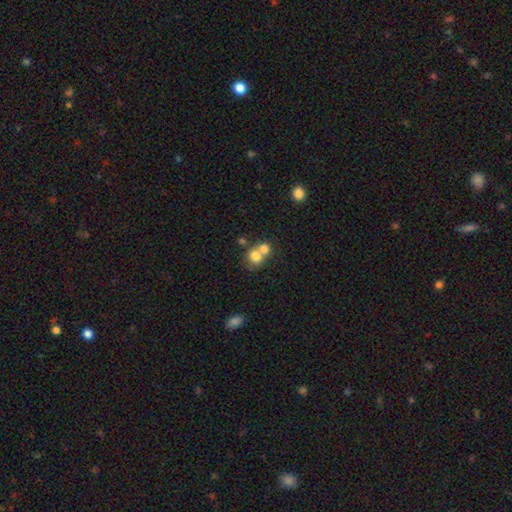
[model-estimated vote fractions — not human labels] This is likely a smooth galaxy (75%). How rounded: likely round (77%). Merging: possibly merger (58%).